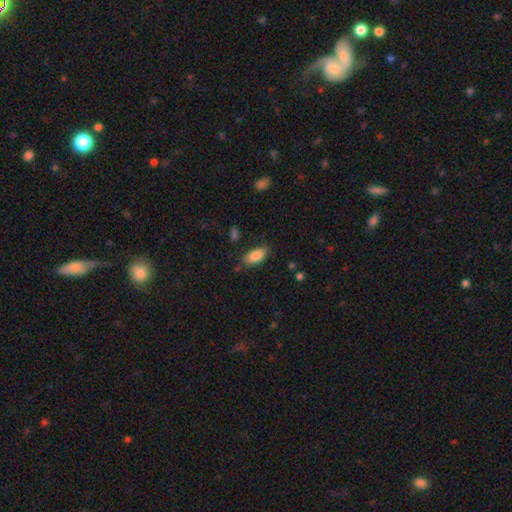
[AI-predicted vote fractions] Smooth or featured: smooth — 84% (featured or disk — 9%)
How rounded: in between — 87% (cigar-shaped — 10%)
Merging: none — 79% (minor disturbance — 15%)